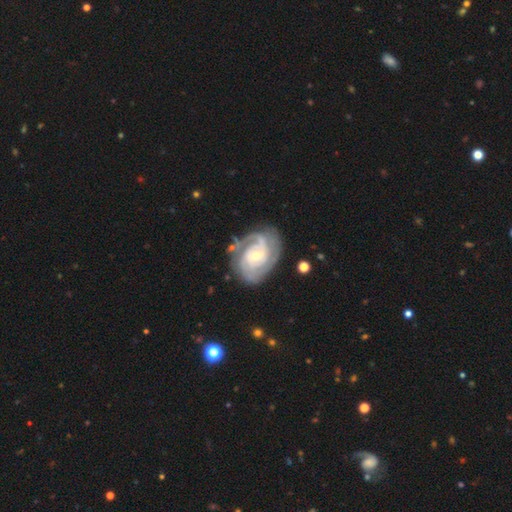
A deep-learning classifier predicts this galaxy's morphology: A featured or disk galaxy (89%) with no bar (62%), 2 (36%) tight (65%) spiral arms (97%) and a small central bulge (57%). Merging: none (73%).